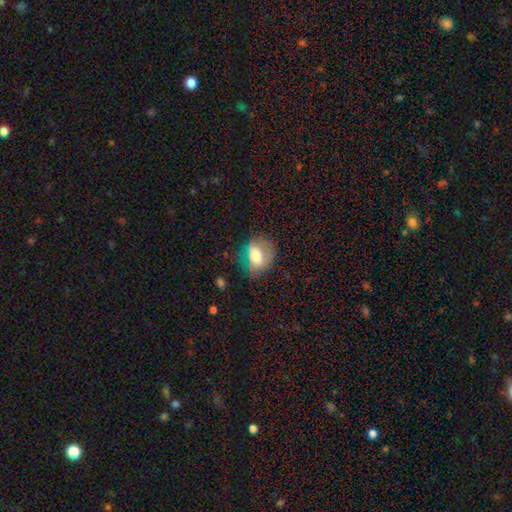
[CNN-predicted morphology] smooth-or-featured: smooth: 61% | featured or disk: 29% | star or artifact: 10%
  how-rounded: in between: 59% | round: 39% | cigar-shaped: 2%
  merging: none: 59% | minor disturbance: 26% | major disturbance: 13% | merger: 2%